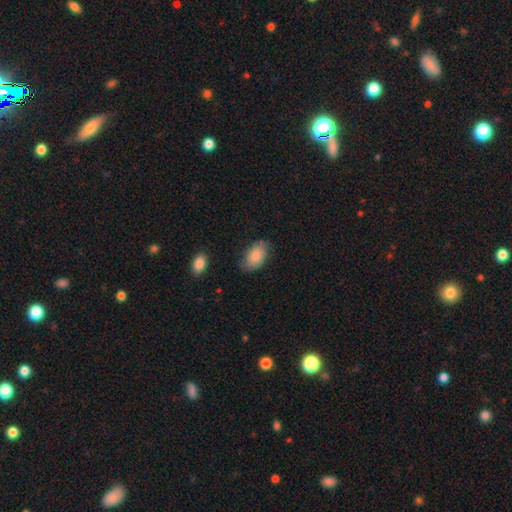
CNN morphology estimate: This is clearly a smooth galaxy (80%). How rounded: clearly in between (93%). Merging: likely none (72%).